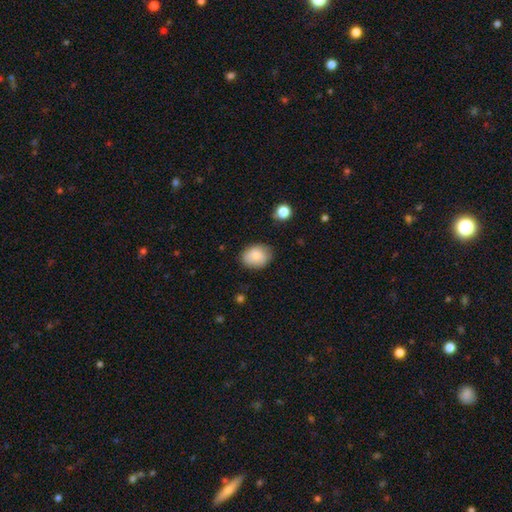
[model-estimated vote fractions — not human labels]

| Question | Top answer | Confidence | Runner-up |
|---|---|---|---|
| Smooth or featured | smooth | 84% | featured or disk (8%) |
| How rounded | in between | 62% | round (37%) |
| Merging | none | 78% | minor disturbance (17%) |